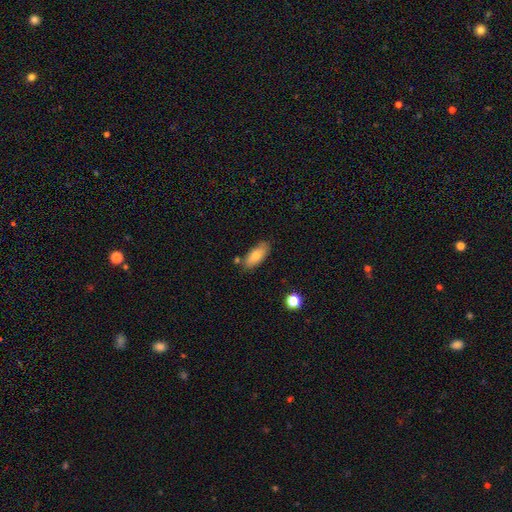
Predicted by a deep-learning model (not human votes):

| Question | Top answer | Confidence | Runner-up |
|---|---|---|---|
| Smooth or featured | smooth | 82% | featured or disk (11%) |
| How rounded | in between | 82% | cigar-shaped (15%) |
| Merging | none | 76% | minor disturbance (16%) |